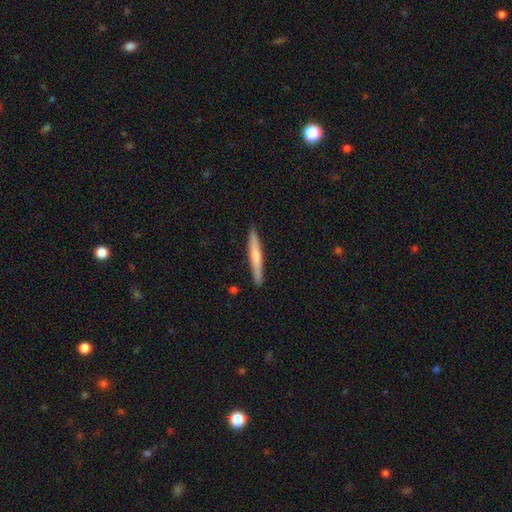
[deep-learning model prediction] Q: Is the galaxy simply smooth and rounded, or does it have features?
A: smooth — 58%.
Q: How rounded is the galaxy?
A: cigar-shaped — 95%.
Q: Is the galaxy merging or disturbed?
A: none — 90%.